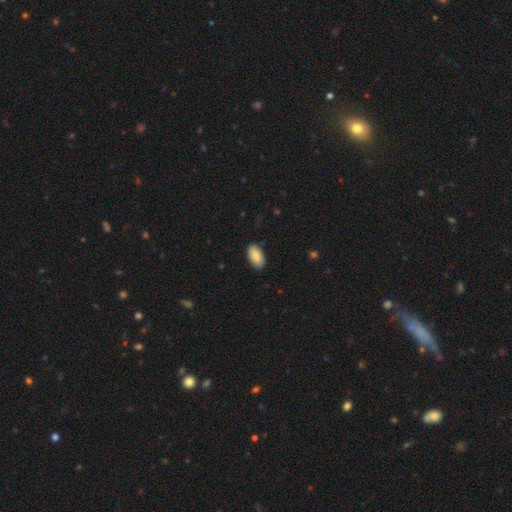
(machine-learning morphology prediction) Overall: smooth (87%). How rounded: in between (95%). Merging: none (87%).